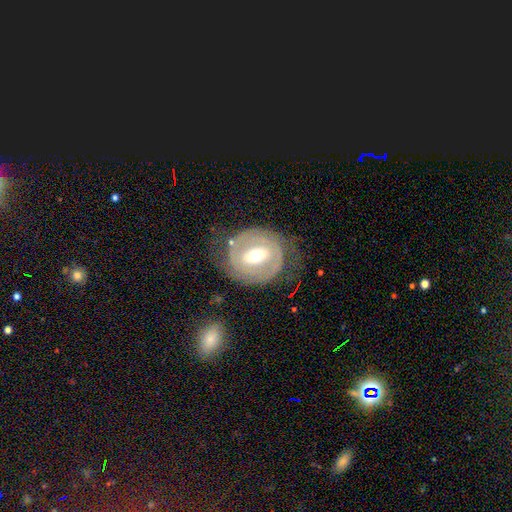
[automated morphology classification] Smooth or featured?
  - featured or disk: 75% *
  - smooth: 20%
  - star or artifact: 5%
Edge-on disk?
  - no: 96% *
  - yes: 4%
Bar?
  - weak: 44% *
  - strong: 33%
  - no: 23%
Spiral arms?
  - yes: 70% *
  - no: 30%
Spiral winding?
  - tight: 61% *
  - medium: 27%
  - loose: 12%
Spiral arm count?
  - 2: 63% *
  - can't tell: 23%
  - 1: 7%
  - 3: 4%
  - 4: 2%
  - more than 4: 2%
Bulge size?
  - moderate: 71% *
  - small: 18%
  - large: 9%
  - dominant: 1%
  - none: 1%
Merging?
  - none: 67% *
  - minor disturbance: 18%
  - major disturbance: 12%
  - merger: 3%